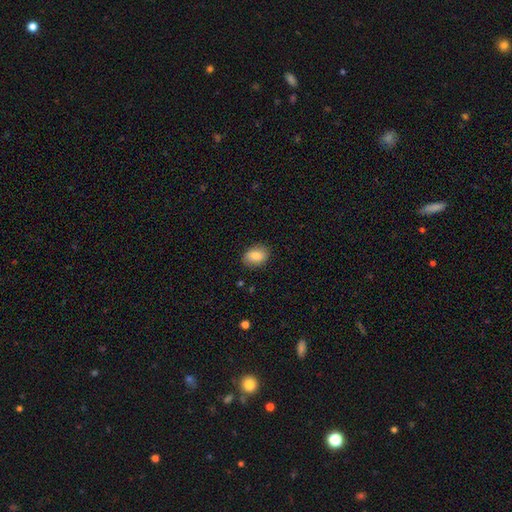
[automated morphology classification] smooth_or_featured: smooth (p=0.83) [alt: featured or disk p=0.09]
how_rounded: in between (p=0.71) [alt: round p=0.28]
merging: none (p=0.84) [alt: minor disturbance p=0.12]